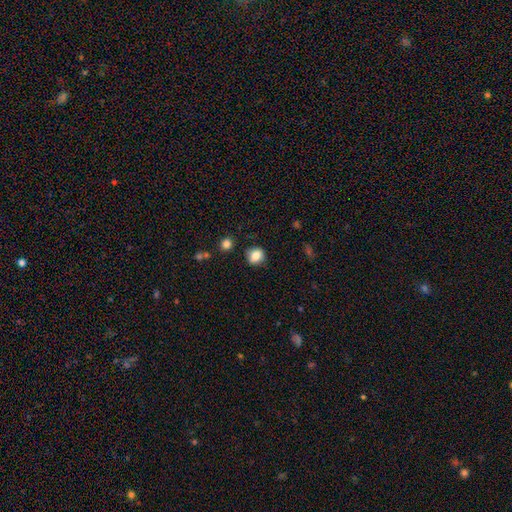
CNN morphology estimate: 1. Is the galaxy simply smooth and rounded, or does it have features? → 82% smooth, 10% star or artifact, 8% featured or disk.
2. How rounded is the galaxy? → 78% round, 21% in between, 1% cigar-shaped.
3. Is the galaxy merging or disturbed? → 86% none, 10% minor disturbance, 2% major disturbance, 2% merger.